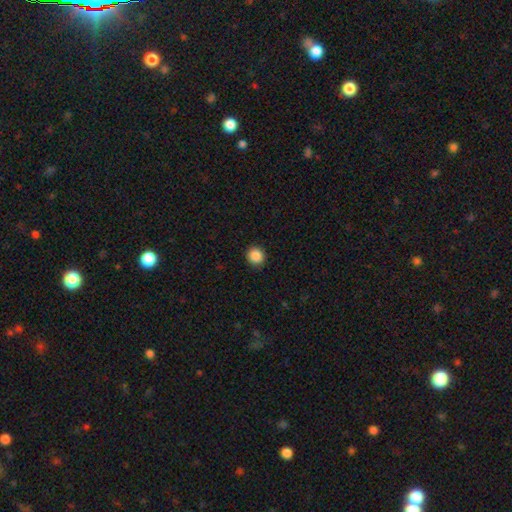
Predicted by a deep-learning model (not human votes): Q: Smooth or featured?
A: smooth (87%); runner-up: star or artifact (9%)
Q: How rounded?
A: round (91%); runner-up: in between (8%)
Q: Merging?
A: none (92%); runner-up: minor disturbance (5%)